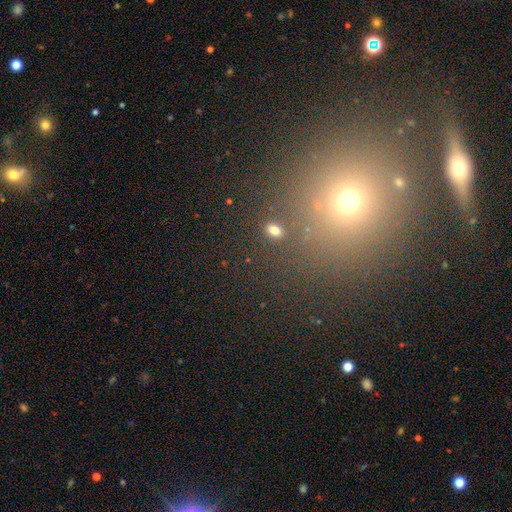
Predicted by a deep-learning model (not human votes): Smooth or featured?
  - smooth: 47% *
  - star or artifact: 41%
  - featured or disk: 13%
Merging?
  - none: 81% *
  - minor disturbance: 8%
  - merger: 7%
  - major disturbance: 4%